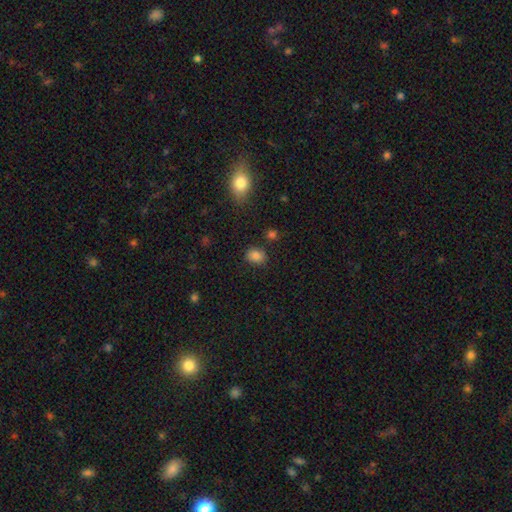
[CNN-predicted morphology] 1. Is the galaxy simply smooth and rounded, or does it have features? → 83% smooth, 11% star or artifact, 6% featured or disk.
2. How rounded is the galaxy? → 52% in between, 47% round, 1% cigar-shaped.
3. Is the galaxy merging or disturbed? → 83% none, 11% minor disturbance, 3% merger, 3% major disturbance.